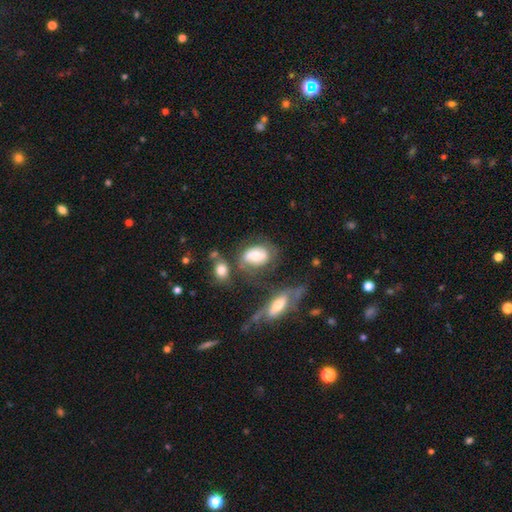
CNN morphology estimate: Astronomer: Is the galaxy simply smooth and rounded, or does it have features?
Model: smooth — 49% (runner-up: featured or disk, 44%).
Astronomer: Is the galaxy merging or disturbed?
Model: none — 43% (runner-up: merger, 21%).